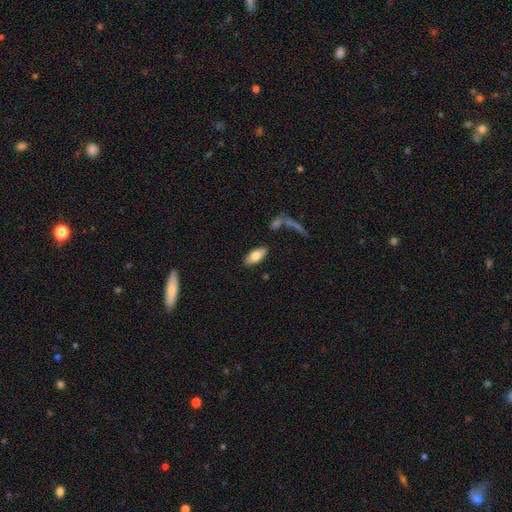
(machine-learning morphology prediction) Smooth or featured? smooth (76%)
How rounded? in between (88%)
Merging? none (84%)